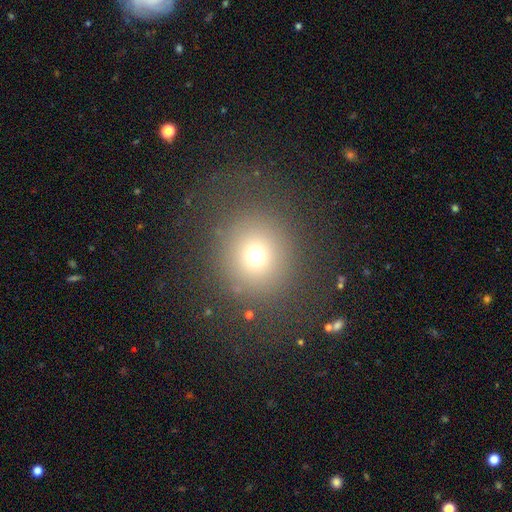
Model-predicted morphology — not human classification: Overall: smooth (69%). How rounded: round (91%). Merging: none (82%).